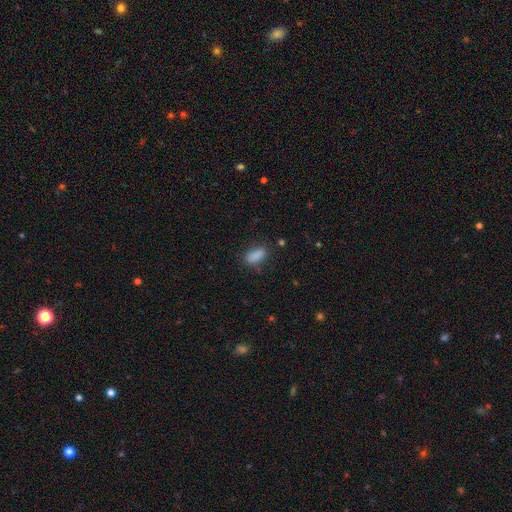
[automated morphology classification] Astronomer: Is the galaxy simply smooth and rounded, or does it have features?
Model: smooth — 87%.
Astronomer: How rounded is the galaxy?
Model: in between — 87%.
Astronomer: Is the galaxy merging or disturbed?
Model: none — 76%.